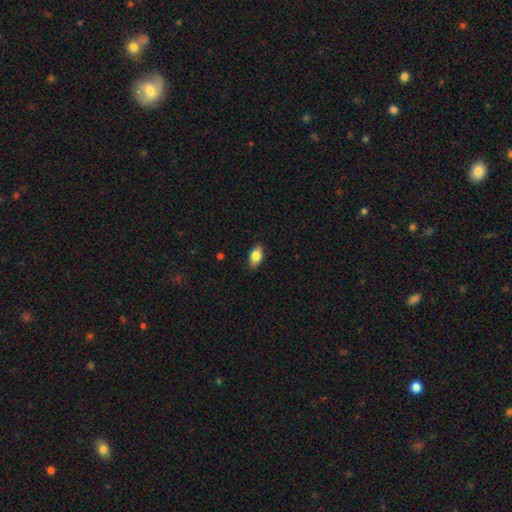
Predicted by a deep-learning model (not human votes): smooth 81%, featured or disk 12%, star or artifact 7%. Down the decision tree: how rounded — in between (91%); merging — none (87%).